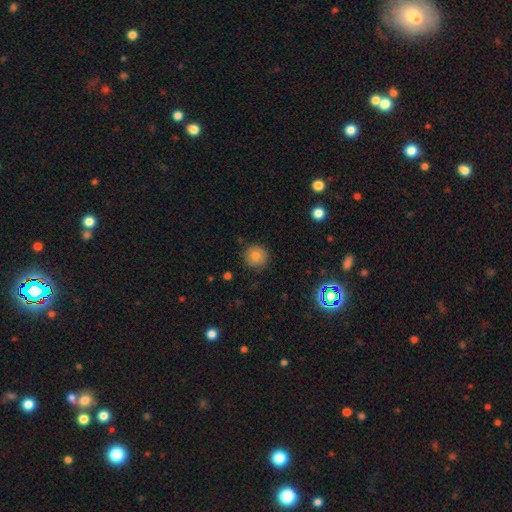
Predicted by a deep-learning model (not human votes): The model was most divided on "smooth or featured": smooth: 76%, featured or disk: 12%, star or artifact: 12%. More confident: how rounded — round (94%); merging — none (84%).